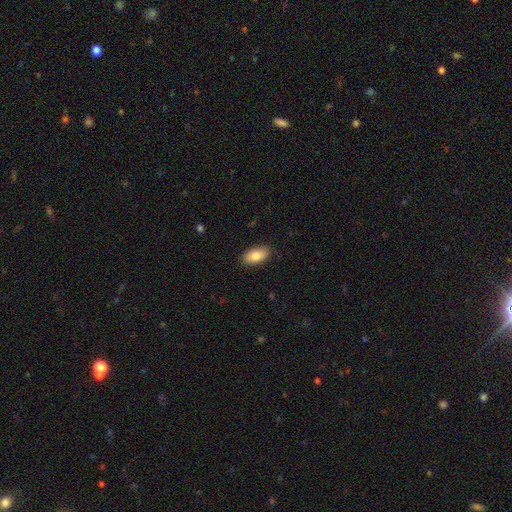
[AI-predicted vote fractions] Morphology: type=smooth (82%); roundness=in between (93%); merging=none (87%).